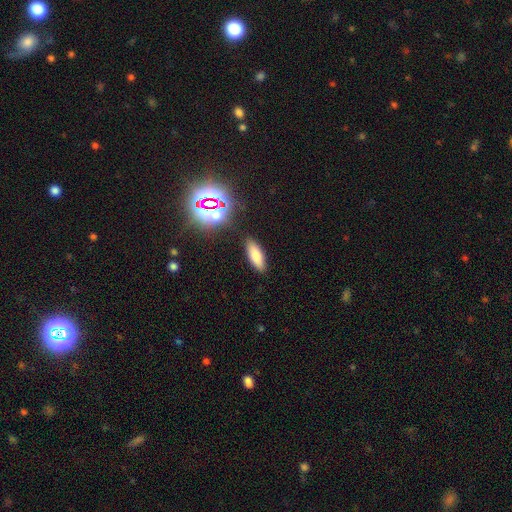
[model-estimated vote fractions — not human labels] This is likely a smooth galaxy (76%). How rounded: likely in between (67%). Merging: clearly none (87%).